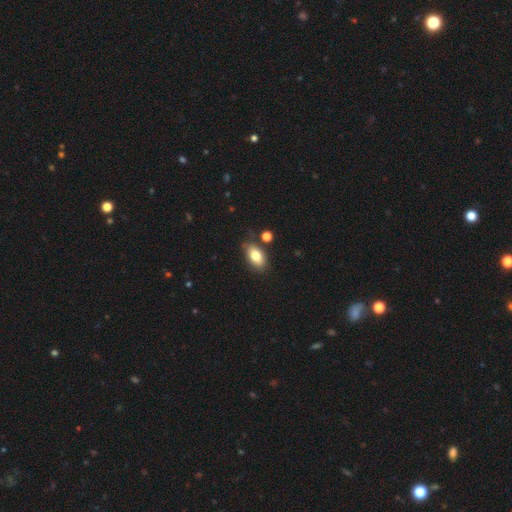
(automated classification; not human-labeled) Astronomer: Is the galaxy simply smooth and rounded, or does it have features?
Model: smooth — 81%.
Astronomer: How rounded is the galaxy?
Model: in between — 90%.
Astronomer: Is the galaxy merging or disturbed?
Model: none — 74%.